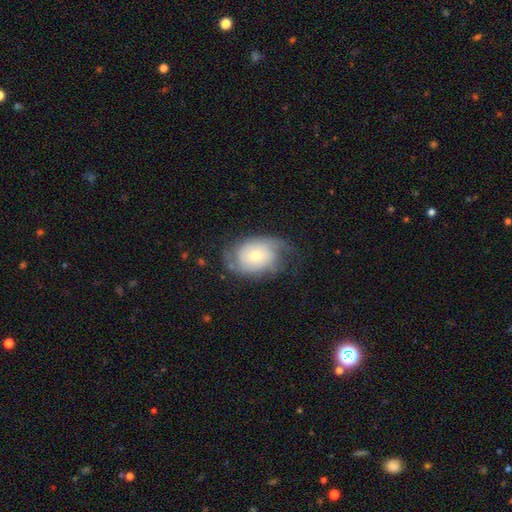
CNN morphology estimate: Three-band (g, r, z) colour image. It shows a featured or disk galaxy (66%) with no bar (67%), 2 (64%) medium (40%) spiral arms (89%) and a small central bulge (48%). Merging: none (59%).